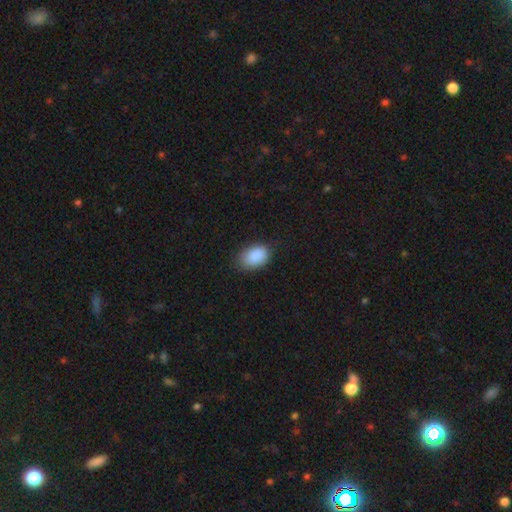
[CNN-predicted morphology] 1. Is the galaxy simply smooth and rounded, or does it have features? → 89% smooth, 7% star or artifact, 4% featured or disk.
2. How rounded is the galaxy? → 87% in between, 12% round, 1% cigar-shaped.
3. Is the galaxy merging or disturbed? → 76% none, 19% minor disturbance, 4% major disturbance, 1% merger.